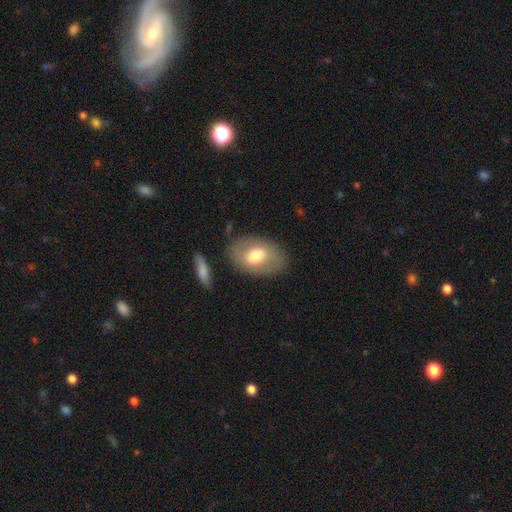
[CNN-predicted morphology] A smooth galaxy with no disk features (60%) that is in between round and cigar-shaped (86%). Merging: none (78%).